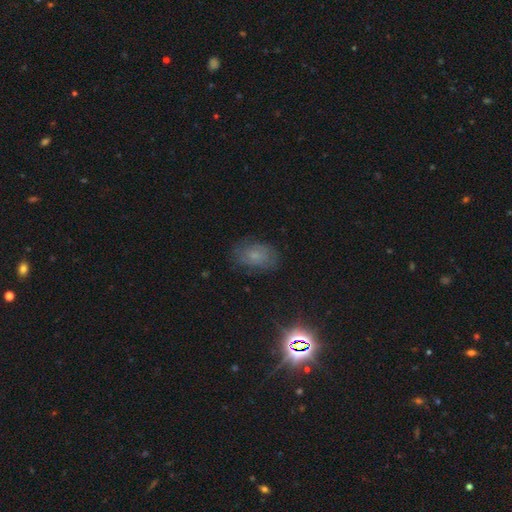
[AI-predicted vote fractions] This is possibly a smooth galaxy (49%). Merging: likely none (74%).